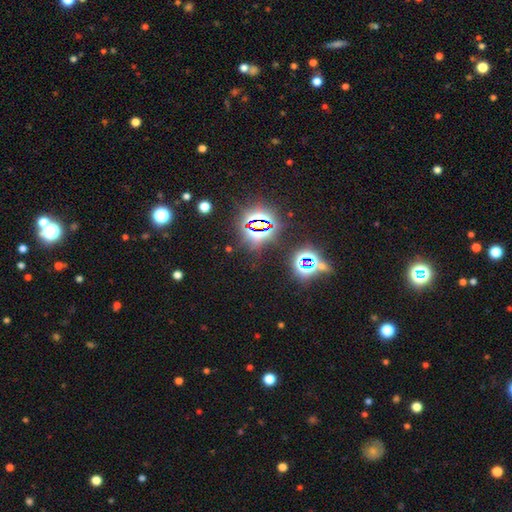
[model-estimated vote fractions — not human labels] Q: Smooth or featured?
A: star or artifact (80%); runner-up: smooth (12%)